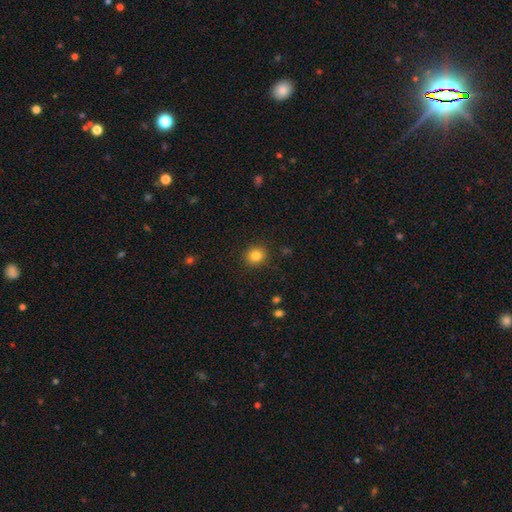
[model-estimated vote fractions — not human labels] A smooth galaxy with no disk features (83%) that is round (84%).

Vote fractions:
- Smooth or featured? smooth: 83% / star or artifact: 11% / featured or disk: 5%
- How rounded? round: 84% / in between: 16% / cigar-shaped: 1%
- Merging? none: 90% / minor disturbance: 7% / major disturbance: 2% / merger: 1%